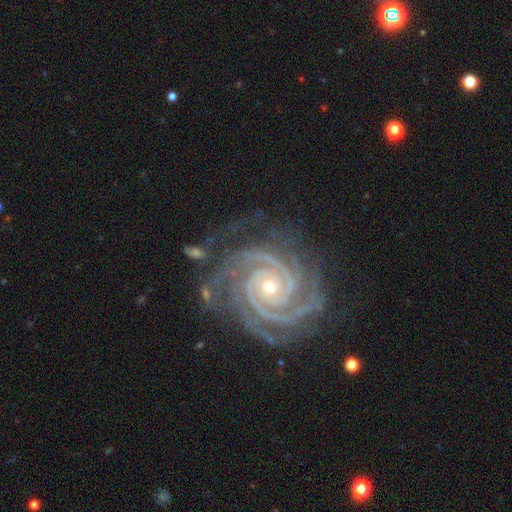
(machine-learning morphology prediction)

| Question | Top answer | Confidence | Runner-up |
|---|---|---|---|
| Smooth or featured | featured or disk | 93% | star or artifact (5%) |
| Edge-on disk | no | 98% | yes (2%) |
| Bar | no | 64% | weak (20%) |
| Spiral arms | yes | 99% | no (1%) |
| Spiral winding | tight | 83% | medium (15%) |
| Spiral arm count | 3 | 32% | 2 (27%) |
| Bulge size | small | 67% | moderate (30%) |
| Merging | none | 77% | minor disturbance (16%) |